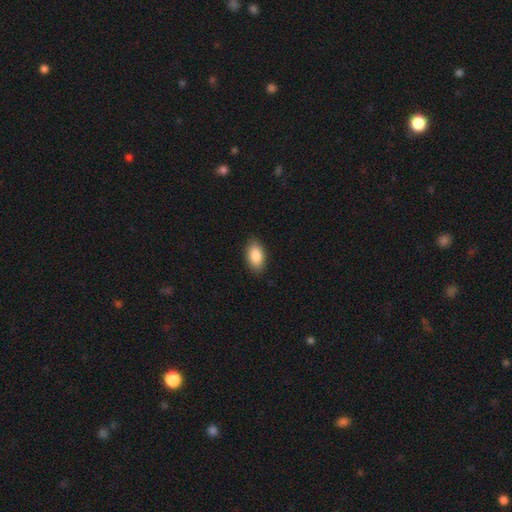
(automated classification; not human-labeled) smooth-or-featured: smooth: 86% | featured or disk: 7% | star or artifact: 7%
  how-rounded: in between: 93% | round: 4% | cigar-shaped: 3%
  merging: none: 88% | minor disturbance: 9% | major disturbance: 2% | merger: 1%